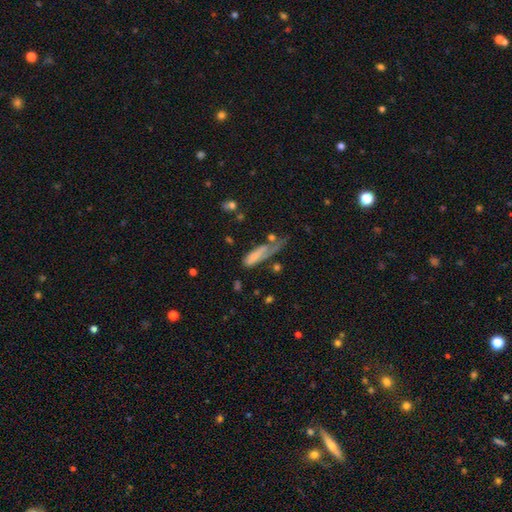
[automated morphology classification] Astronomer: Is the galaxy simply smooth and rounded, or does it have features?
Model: smooth — 61%.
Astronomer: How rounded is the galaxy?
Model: in between — 53% (runner-up: cigar-shaped, 44%).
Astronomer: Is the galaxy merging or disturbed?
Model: major disturbance — 42% (runner-up: none, 22%).